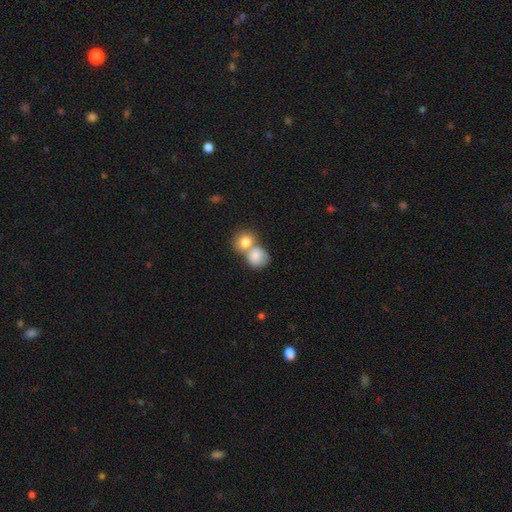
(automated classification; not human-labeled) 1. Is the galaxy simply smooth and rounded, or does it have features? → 82% smooth, 11% featured or disk, 7% star or artifact.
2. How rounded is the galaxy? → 71% round, 28% in between, 1% cigar-shaped.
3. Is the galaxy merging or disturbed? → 65% merger, 25% none, 7% minor disturbance, 3% major disturbance.